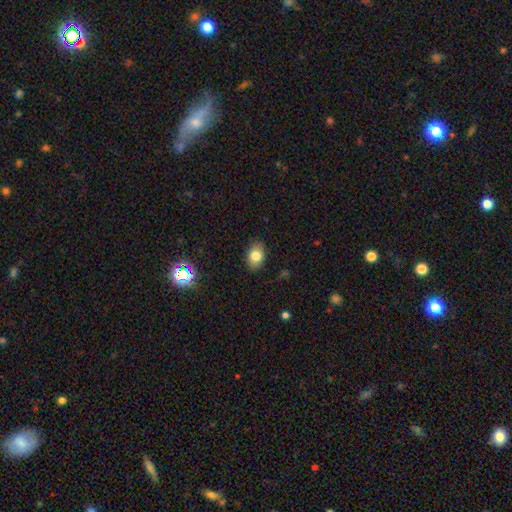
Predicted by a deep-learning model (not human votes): Smooth or featured?
  - smooth: 80% *
  - star or artifact: 11%
  - featured or disk: 9%
How rounded?
  - in between: 79% *
  - round: 20%
  - cigar-shaped: 1%
Merging?
  - none: 85% *
  - minor disturbance: 11%
  - major disturbance: 3%
  - merger: 1%